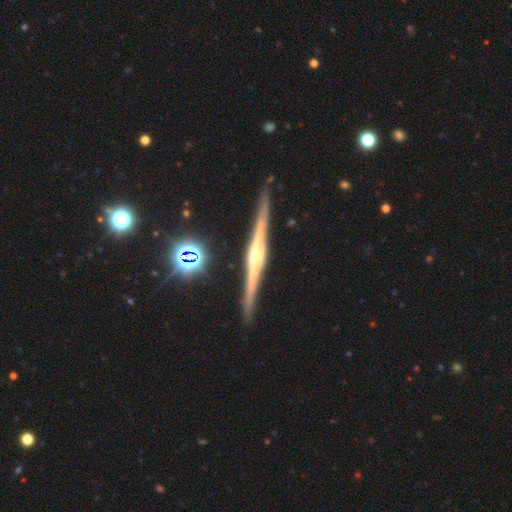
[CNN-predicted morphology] Overall: featured or disk (87%). Edge-on disk: yes (98%). Edge-on bulge: rounded (72%). Merging: none (91%).